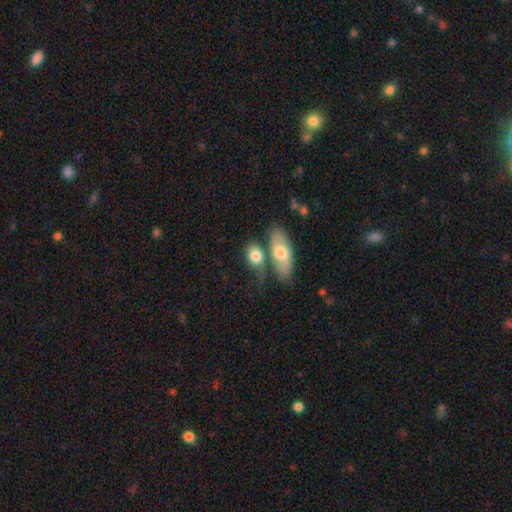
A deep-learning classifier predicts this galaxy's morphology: Smooth or featured? smooth (74%)
How rounded? in between (80%)
Merging? none (43%)